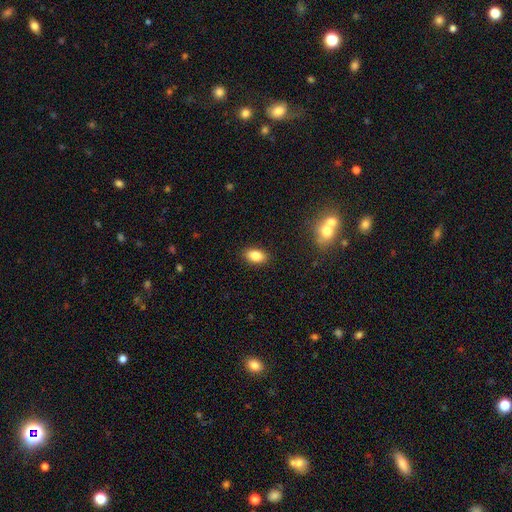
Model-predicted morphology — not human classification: This is clearly a smooth galaxy (84%). How rounded: clearly in between (90%). Merging: clearly none (89%).